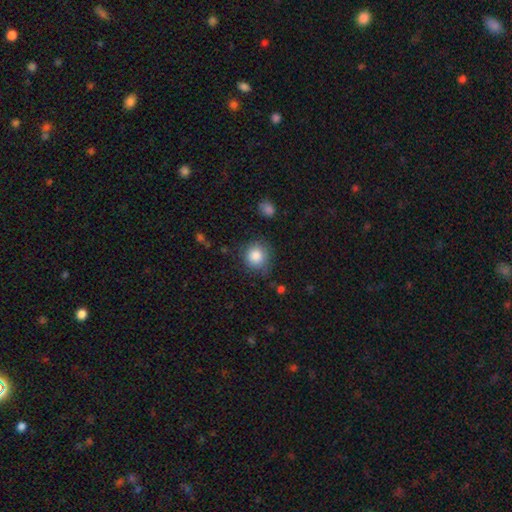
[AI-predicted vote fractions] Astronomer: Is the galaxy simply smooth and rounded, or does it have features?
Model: smooth — 85%.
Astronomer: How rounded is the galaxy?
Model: round — 89%.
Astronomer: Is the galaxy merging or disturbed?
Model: none — 74%.